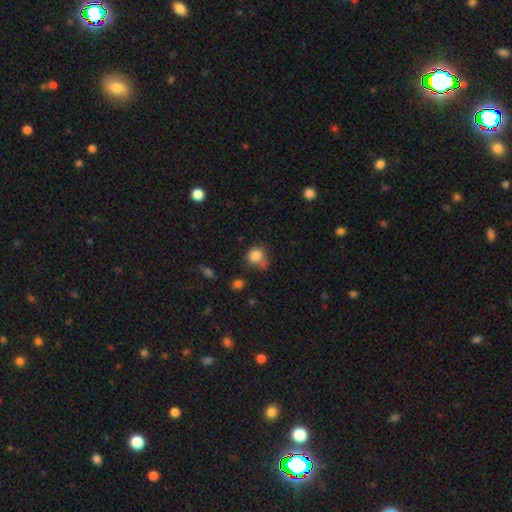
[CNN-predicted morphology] This is clearly a smooth galaxy (83%). How rounded: likely round (79%). Merging: possibly none (52%).